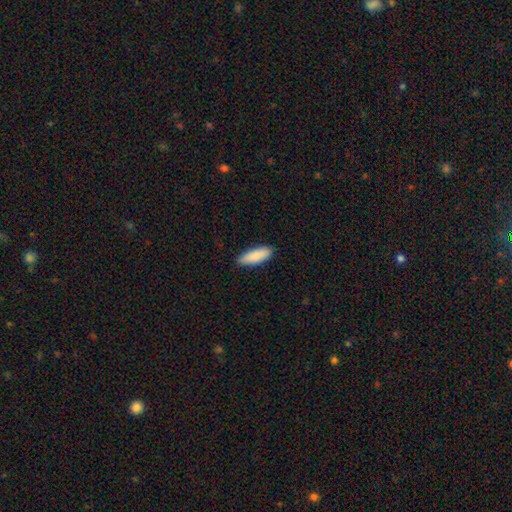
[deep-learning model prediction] Overall: smooth (89%). How rounded: in between (59%; cigar-shaped 40%). Merging: none (89%).